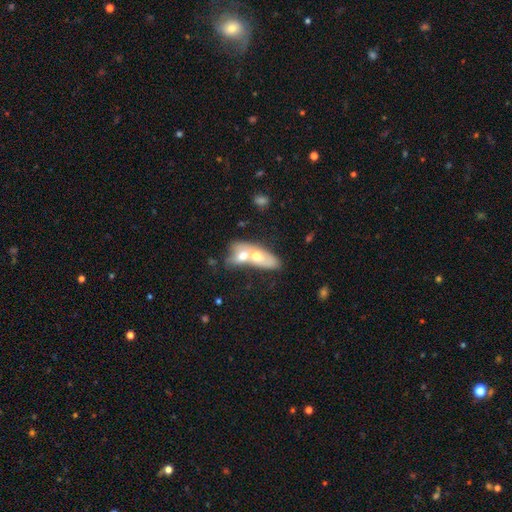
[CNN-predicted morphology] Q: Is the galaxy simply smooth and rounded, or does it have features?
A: smooth — 55%.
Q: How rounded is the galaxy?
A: in between — 71%.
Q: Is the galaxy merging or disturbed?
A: merger — 77%.